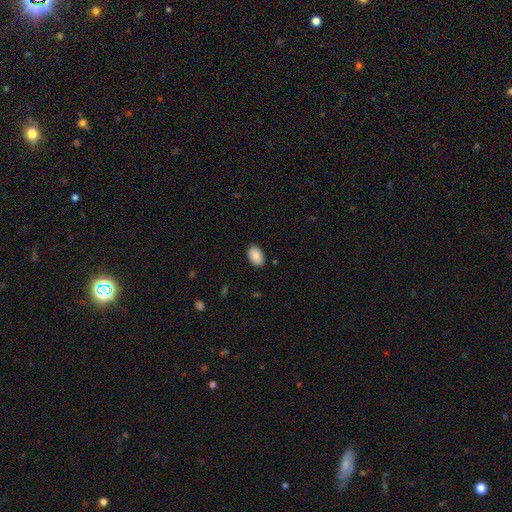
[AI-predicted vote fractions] A smooth galaxy with no disk features (89%) that is in between round and cigar-shaped (92%).

Vote fractions:
- Smooth or featured? smooth: 89% / star or artifact: 7% / featured or disk: 4%
- How rounded? in between: 92% / round: 7% / cigar-shaped: 1%
- Merging? none: 87% / minor disturbance: 10% / major disturbance: 2% / merger: 1%